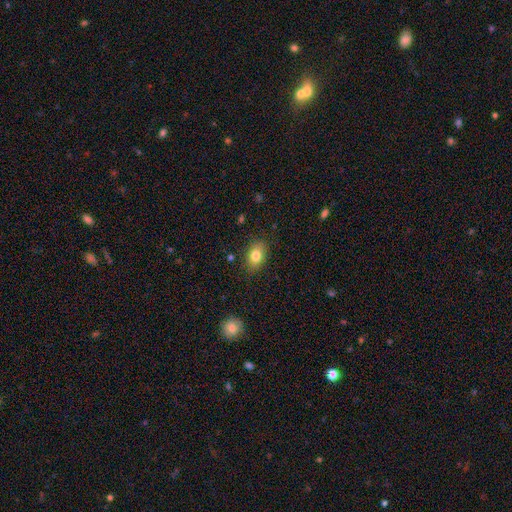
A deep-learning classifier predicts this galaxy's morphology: A smooth galaxy with no disk features (81%) that is in between round and cigar-shaped (82%).

Vote fractions:
- Smooth or featured? smooth: 81% / featured or disk: 10% / star or artifact: 9%
- How rounded? in between: 82% / round: 17% / cigar-shaped: 2%
- Merging? none: 84% / minor disturbance: 11% / major disturbance: 3% / merger: 1%